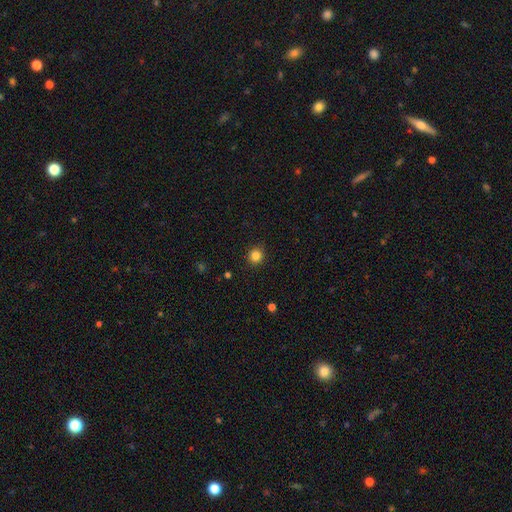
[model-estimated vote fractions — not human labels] smooth 84%, star or artifact 12%, featured or disk 4%. Down the decision tree: how rounded — round (92%); merging — none (91%).